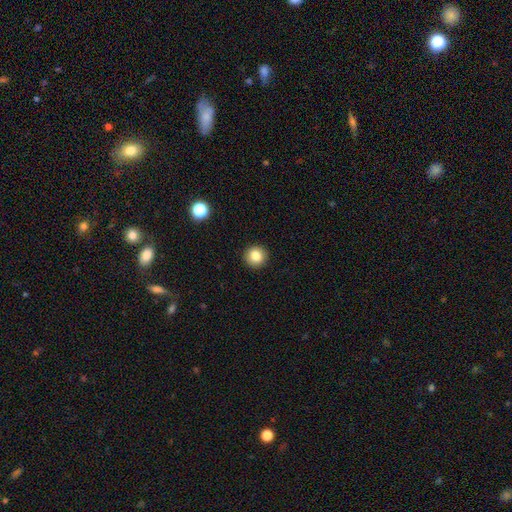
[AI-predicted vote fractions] This appears to be a smooth galaxy with no disk features (84%) that is round (93%). Merging: none (93%).